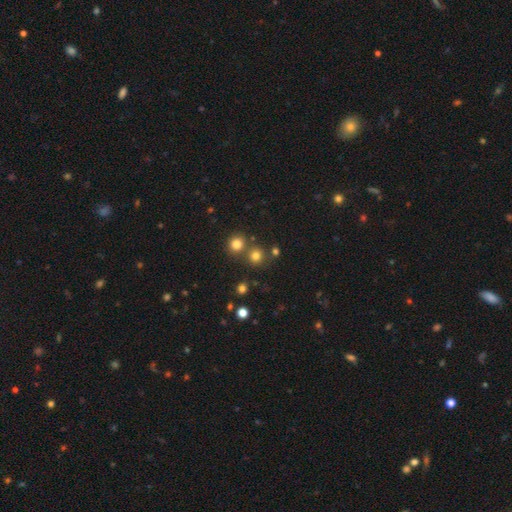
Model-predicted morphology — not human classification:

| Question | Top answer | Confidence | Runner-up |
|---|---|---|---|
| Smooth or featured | smooth | 75% | star or artifact (18%) |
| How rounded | round | 91% | in between (8%) |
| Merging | none | 74% | merger (17%) |